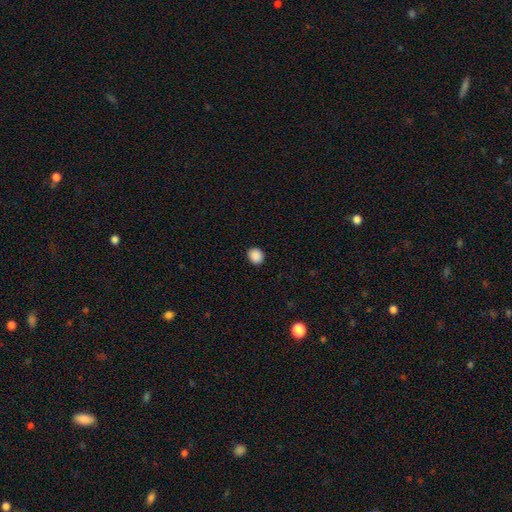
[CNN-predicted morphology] smooth-or-featured: smooth: 89% | star or artifact: 9% | featured or disk: 2%
  how-rounded: round: 72% | in between: 28% | cigar-shaped: 1%
  merging: none: 91% | minor disturbance: 6% | major disturbance: 2% | merger: 1%